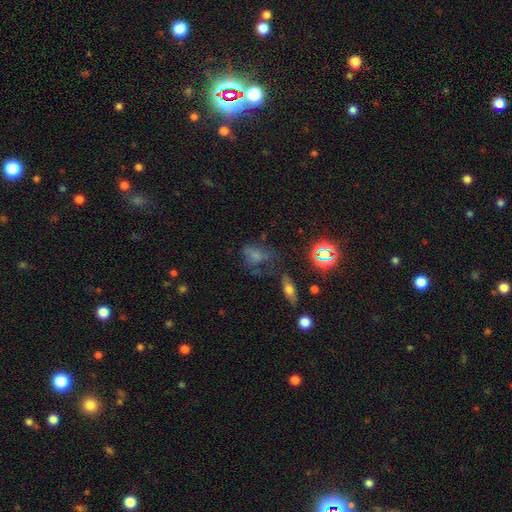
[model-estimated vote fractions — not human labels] A smooth galaxy with no disk features (56%) that is in between round and cigar-shaped (74%).

Vote fractions:
- Smooth or featured? smooth: 56% / star or artifact: 25% / featured or disk: 20%
- How rounded? in between: 74% / round: 22% / cigar-shaped: 5%
- Merging? none: 37% / major disturbance: 28% / minor disturbance: 23% / merger: 11%